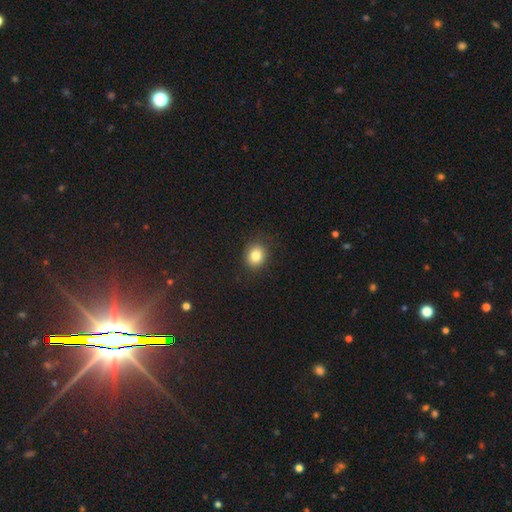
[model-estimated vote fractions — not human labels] Smooth or featured: smooth — 83% (star or artifact — 11%)
How rounded: round — 74% (in between — 25%)
Merging: none — 87% (minor disturbance — 9%)